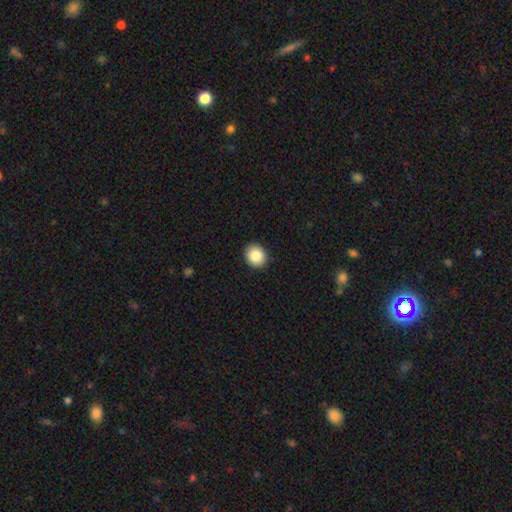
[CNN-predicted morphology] Overall: smooth (86%). How rounded: round (69%; in between 30%). Merging: none (91%).